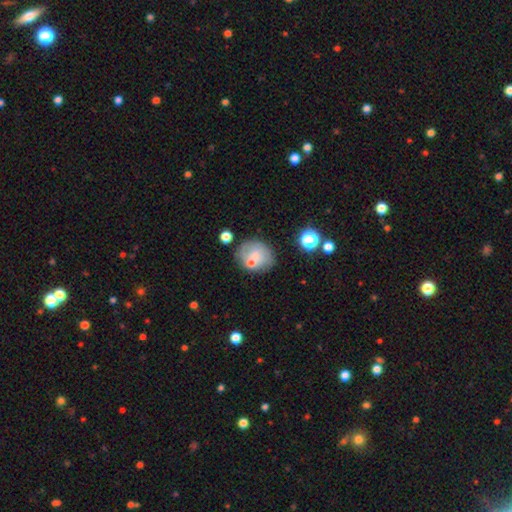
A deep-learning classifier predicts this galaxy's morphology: This appears to be a smooth galaxy with no disk features (56%) that is round (71%). Merging: none (55%).